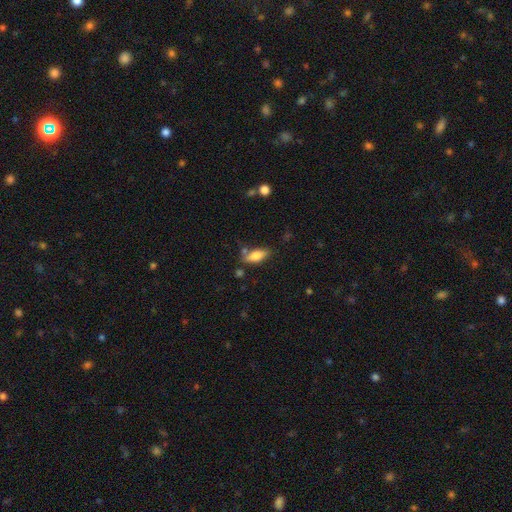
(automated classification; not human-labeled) Morphology: type=smooth (78%); roundness=in between (82%); merging=none (65%).